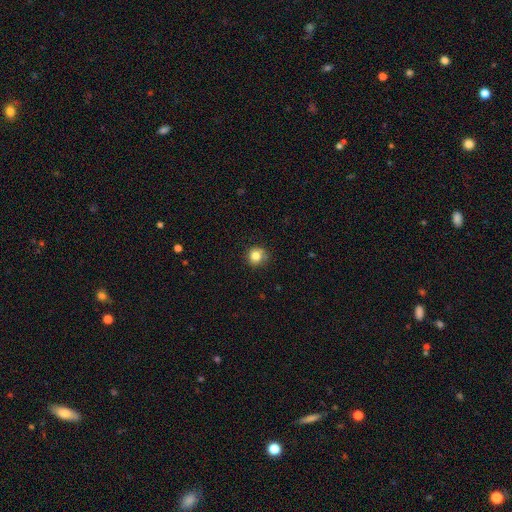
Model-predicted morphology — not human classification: Smooth or featured?
  - smooth: 81% *
  - star or artifact: 12%
  - featured or disk: 7%
How rounded?
  - round: 90% *
  - in between: 9%
  - cigar-shaped: 1%
Merging?
  - none: 76% *
  - minor disturbance: 17%
  - major disturbance: 4%
  - merger: 4%